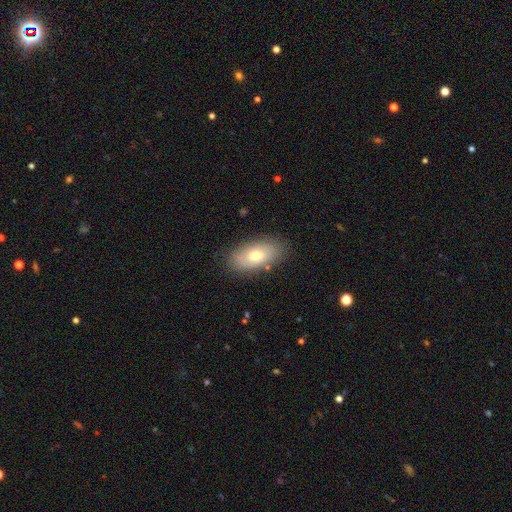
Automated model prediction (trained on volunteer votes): The model was most divided on "smooth or featured": smooth: 68%, featured or disk: 25%, star or artifact: 7%. More confident: how rounded — in between (91%); merging — none (83%).